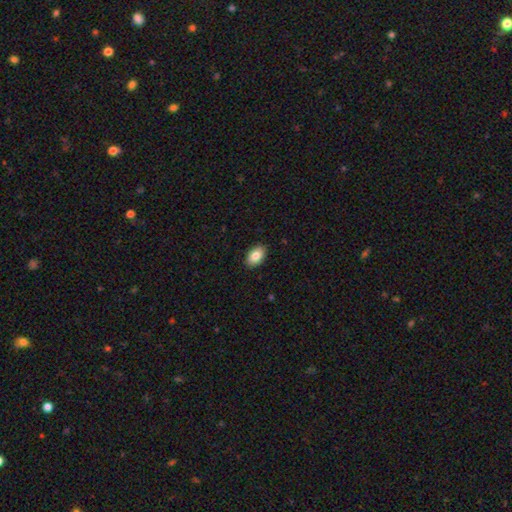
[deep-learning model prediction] Smooth or featured: smooth — 84% (featured or disk — 9%)
How rounded: in between — 91% (round — 8%)
Merging: none — 90% (minor disturbance — 8%)